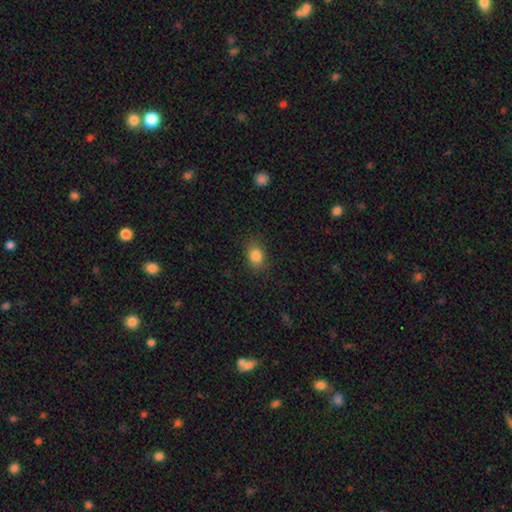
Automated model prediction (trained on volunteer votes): Q: Smooth or featured?
A: smooth (84%); runner-up: star or artifact (11%)
Q: How rounded?
A: in between (58%); runner-up: round (41%)
Q: Merging?
A: none (86%); runner-up: minor disturbance (10%)